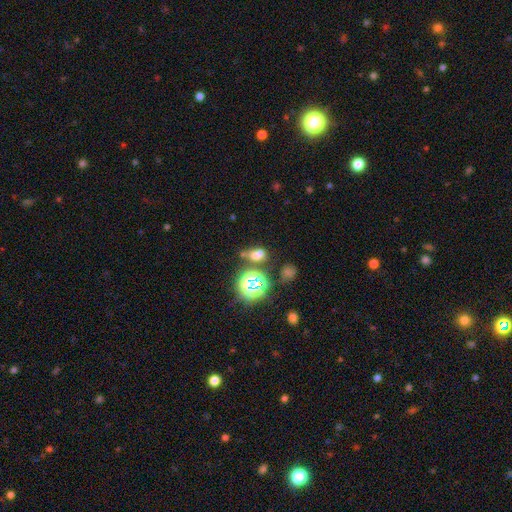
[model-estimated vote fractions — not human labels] The model was most divided on "smooth or featured": smooth: 53%, star or artifact: 36%, featured or disk: 10%. Remaining: how rounded — in between (63%); merging — none (48%).